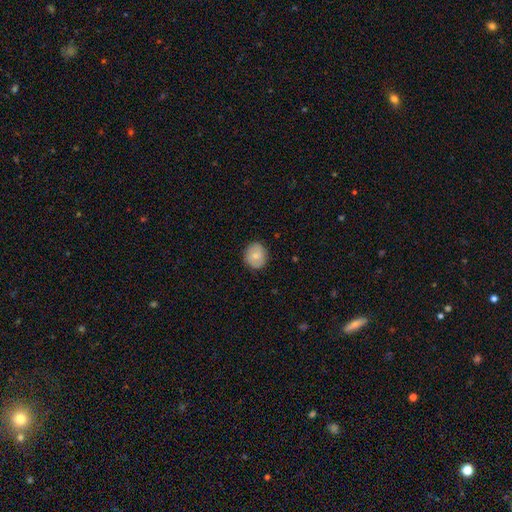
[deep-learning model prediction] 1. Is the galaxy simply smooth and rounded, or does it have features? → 77% smooth, 15% featured or disk, 7% star or artifact.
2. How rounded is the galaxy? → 84% round, 15% in between, 1% cigar-shaped.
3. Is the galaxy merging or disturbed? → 86% none, 10% minor disturbance, 2% major disturbance, 1% merger.